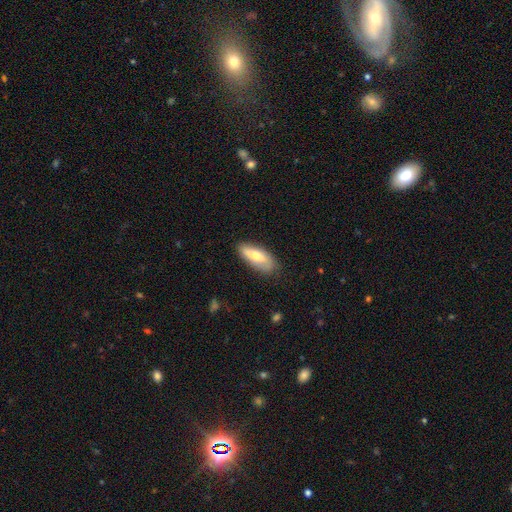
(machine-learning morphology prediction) A smooth galaxy with no disk features (63%) that is in between round and cigar-shaped (75%).

Vote fractions:
- Smooth or featured? smooth: 63% / featured or disk: 31% / star or artifact: 6%
- How rounded? in between: 75% / cigar-shaped: 23% / round: 3%
- Merging? none: 79% / minor disturbance: 16% / major disturbance: 3% / merger: 1%